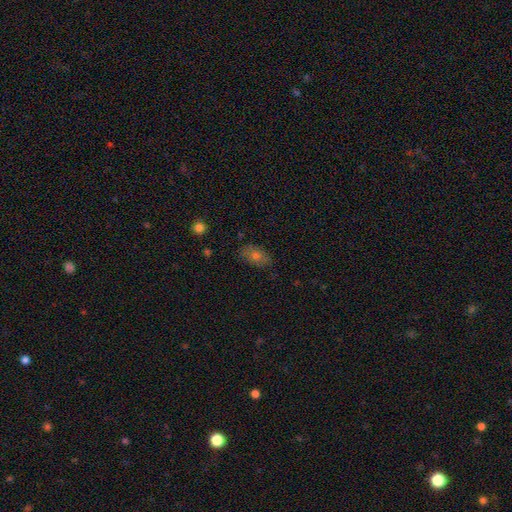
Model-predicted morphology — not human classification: Smooth or featured? Predicted: smooth (p=0.63). How rounded? Predicted: in between (p=0.83). Merging? Predicted: none (p=0.76).